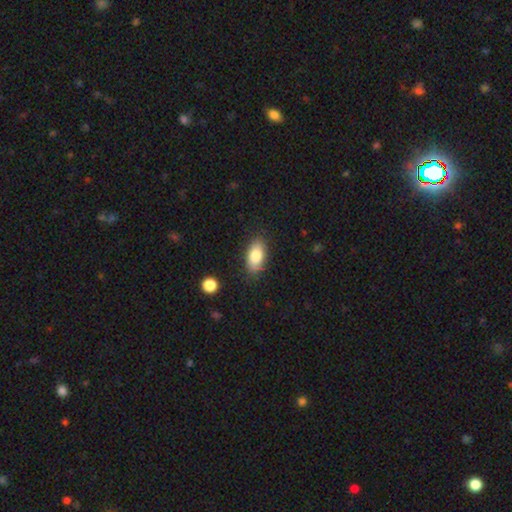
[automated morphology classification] Smooth or featured: smooth — 82% (featured or disk — 11%)
How rounded: in between — 92% (round — 4%)
Merging: none — 81% (minor disturbance — 14%)